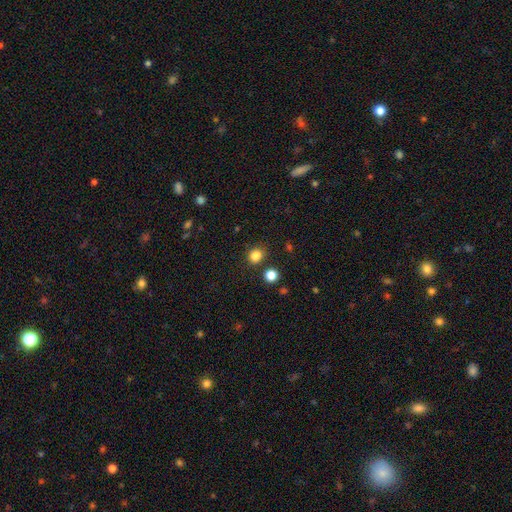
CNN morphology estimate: Smooth or featured?
  - smooth: 83% *
  - star or artifact: 13%
  - featured or disk: 4%
How rounded?
  - round: 70% *
  - in between: 29%
  - cigar-shaped: 1%
Merging?
  - none: 82% *
  - minor disturbance: 10%
  - merger: 5%
  - major disturbance: 3%